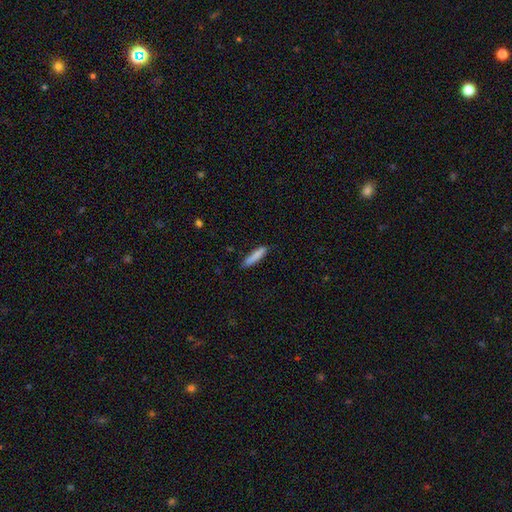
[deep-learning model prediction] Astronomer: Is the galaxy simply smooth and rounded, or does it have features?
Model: smooth — 84%.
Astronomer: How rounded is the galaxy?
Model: cigar-shaped — 84%.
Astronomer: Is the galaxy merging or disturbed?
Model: none — 84%.